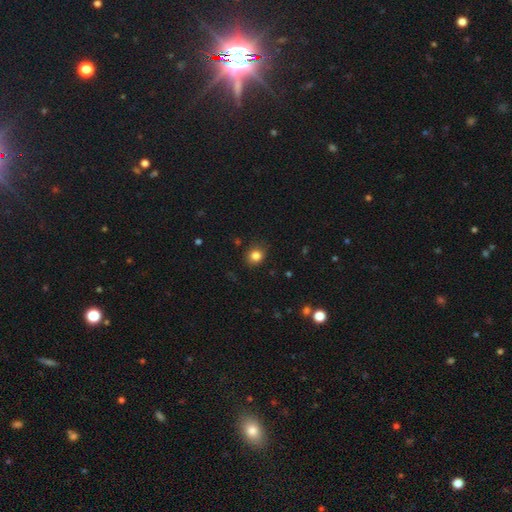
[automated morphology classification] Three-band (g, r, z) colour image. It shows a smooth galaxy with no disk features (83%) that is round (77%). Merging: none (85%).